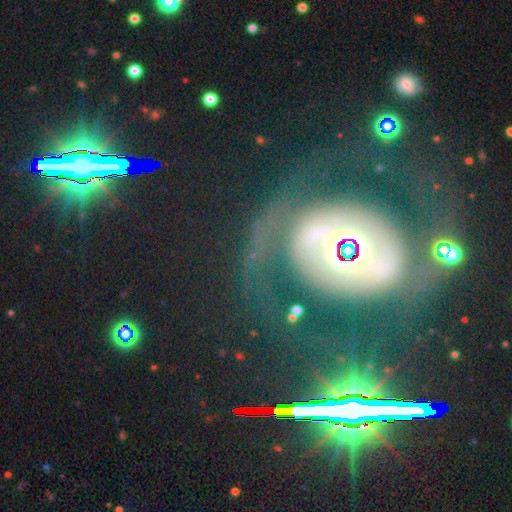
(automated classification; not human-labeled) smooth-or-featured: featured or disk: 54% | star or artifact: 29% | smooth: 17%
  disk-edge-on: no: 86% | yes: 14%
  merging: none: 66% | major disturbance: 15% | minor disturbance: 14% | merger: 5%